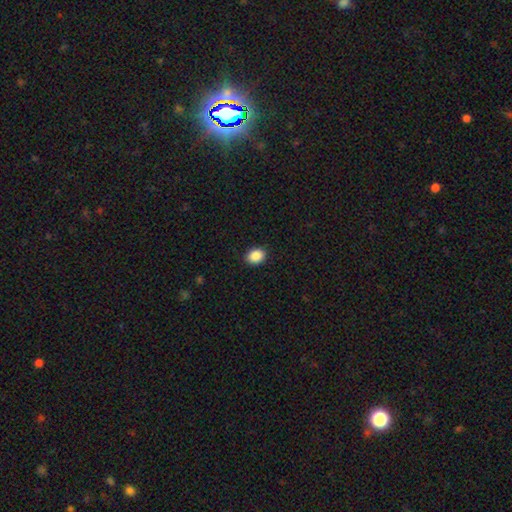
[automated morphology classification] Smooth or featured? Predicted: smooth (p=0.89). How rounded? Predicted: in between (p=0.59). Merging? Predicted: none (p=0.90).